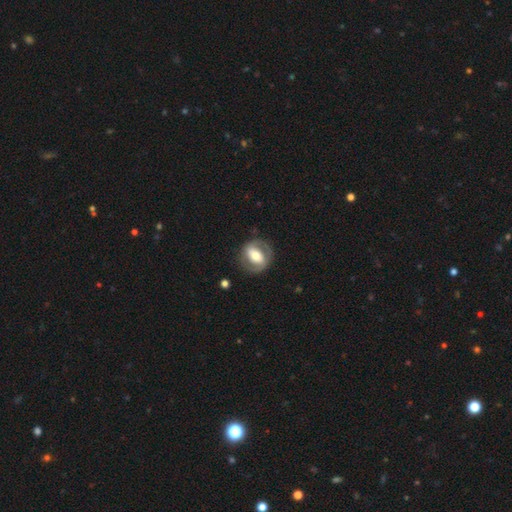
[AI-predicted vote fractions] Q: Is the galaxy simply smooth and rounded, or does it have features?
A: featured or disk — 66%.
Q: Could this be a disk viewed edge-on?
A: no — 95%.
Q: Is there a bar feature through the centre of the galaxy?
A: strong — 45%.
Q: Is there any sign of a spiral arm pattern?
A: yes — 61%.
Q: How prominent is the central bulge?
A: moderate — 62%.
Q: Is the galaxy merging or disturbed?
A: none — 78%.